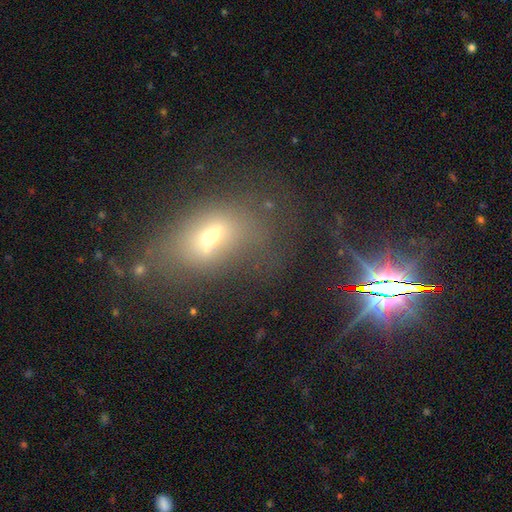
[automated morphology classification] Overall: smooth (43%; star or artifact 34%). Merging: none (63%).